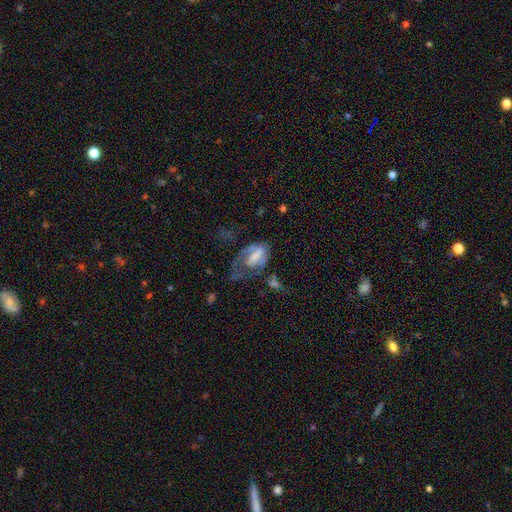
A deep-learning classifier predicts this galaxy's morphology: Smooth or featured?
  - featured or disk: 53% *
  - smooth: 39%
  - star or artifact: 8%
Edge-on disk?
  - no: 95% *
  - yes: 5%
Merging?
  - major disturbance: 52% *
  - minor disturbance: 21%
  - none: 20%
  - merger: 7%